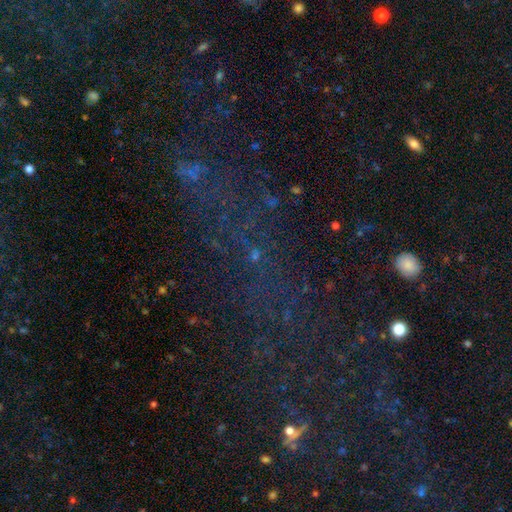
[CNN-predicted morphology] star or artifact 63%, smooth 22%, featured or disk 15%.